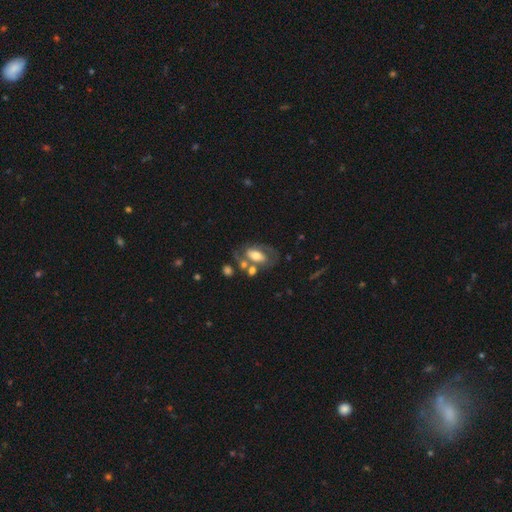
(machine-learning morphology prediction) Smooth or featured? Predicted: featured or disk (p=0.52). Edge-on disk? Predicted: no (p=0.91). Merging? Predicted: none (p=0.49).